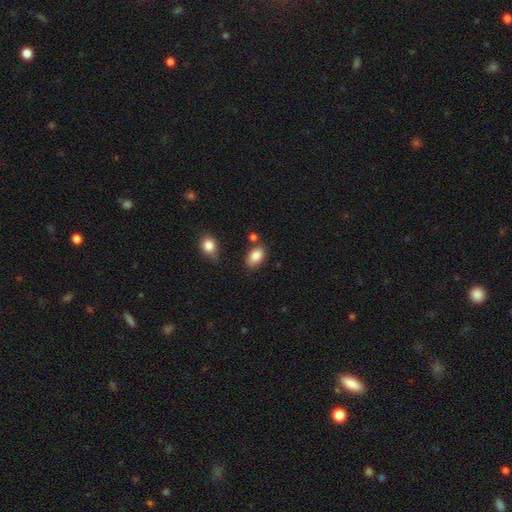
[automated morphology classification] Smooth or featured? smooth (87%)
How rounded? in between (89%)
Merging? none (72%)